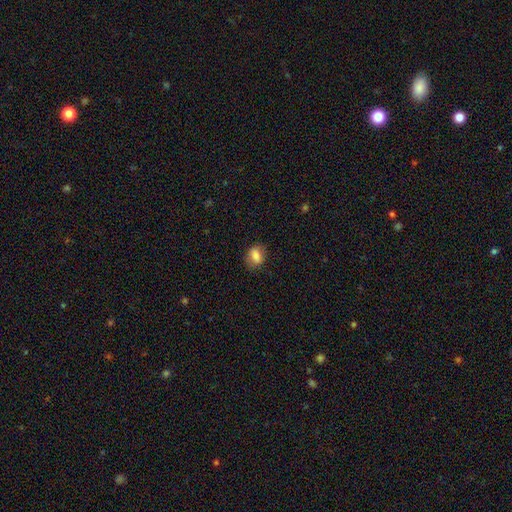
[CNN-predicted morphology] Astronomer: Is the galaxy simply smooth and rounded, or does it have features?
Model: smooth — 82%.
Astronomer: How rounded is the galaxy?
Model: in between — 65%.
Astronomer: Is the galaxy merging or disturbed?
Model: none — 78%.